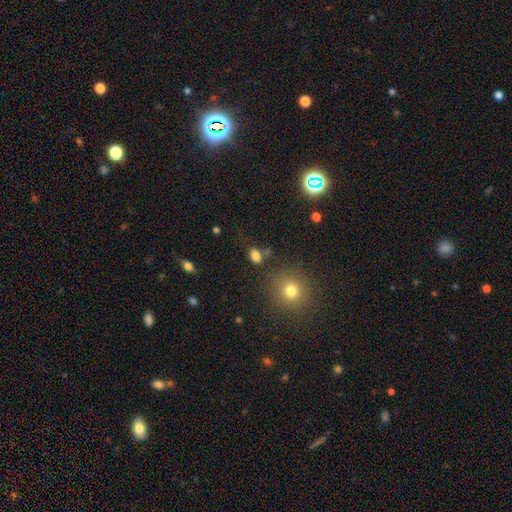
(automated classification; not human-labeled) This is clearly a smooth galaxy (81%). How rounded: clearly in between (81%). Merging: likely none (70%).